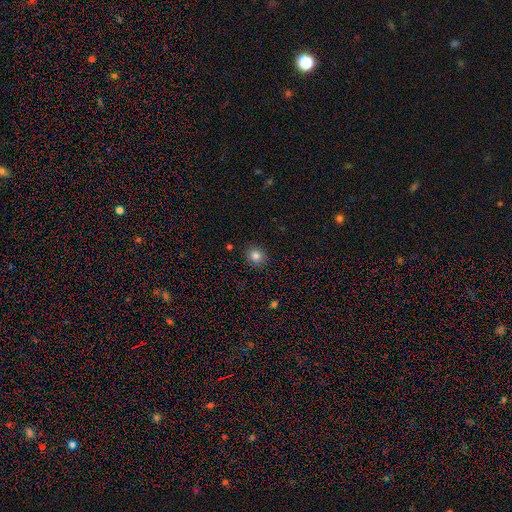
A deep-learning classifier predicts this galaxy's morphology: smooth-or-featured: smooth: 83% | star or artifact: 12% | featured or disk: 5%
  how-rounded: round: 79% | in between: 20% | cigar-shaped: 1%
  merging: none: 90% | minor disturbance: 7% | major disturbance: 2% | merger: 1%